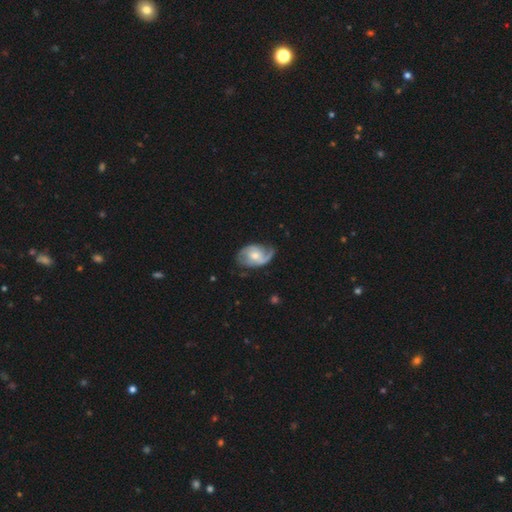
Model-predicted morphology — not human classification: A featured or disk galaxy (80%) with no bar (60%), 2 (70%) medium (45%) spiral arms (93%) and a moderate central bulge (60%).

Vote fractions:
- Smooth or featured? featured or disk: 80% / smooth: 15% / star or artifact: 5%
- Edge-on disk? no: 97% / yes: 3%
- Bar? no: 60% / weak: 33% / strong: 6%
- Spiral arms? yes: 93% / no: 7%
- Spiral winding? medium: 45% / loose: 29% / tight: 26%
- Spiral arm count? 2: 70% / 1: 15% / can't tell: 9% / 3: 4% / 4: 1% / more than 4: 1%
- Bulge size? moderate: 60% / small: 32% / large: 5% / none: 3% / dominant: 1%
- Merging? none: 62% / minor disturbance: 25% / major disturbance: 12% / merger: 2%